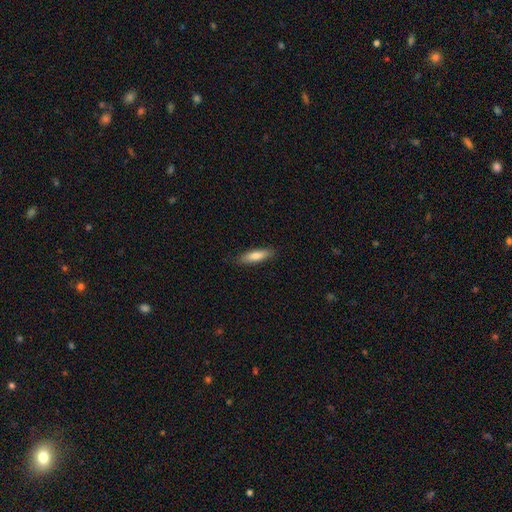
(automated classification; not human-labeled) Q: Smooth or featured?
A: smooth (79%); runner-up: featured or disk (15%)
Q: How rounded?
A: cigar-shaped (65%); runner-up: in between (33%)
Q: Merging?
A: none (86%); runner-up: minor disturbance (10%)